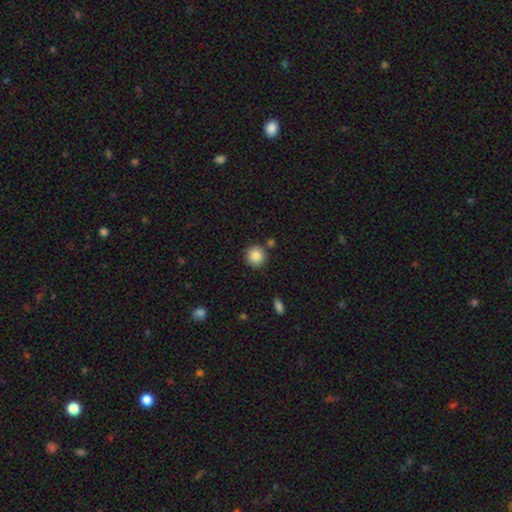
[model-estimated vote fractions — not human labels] Q: Smooth or featured?
A: smooth (87%); runner-up: star or artifact (8%)
Q: How rounded?
A: round (92%); runner-up: in between (7%)
Q: Merging?
A: none (83%); runner-up: minor disturbance (8%)